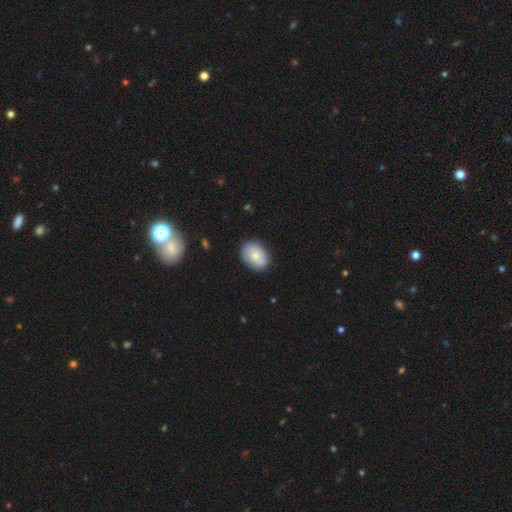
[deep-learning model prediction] Smooth or featured? smooth (73%)
How rounded? in between (73%)
Merging? none (80%)